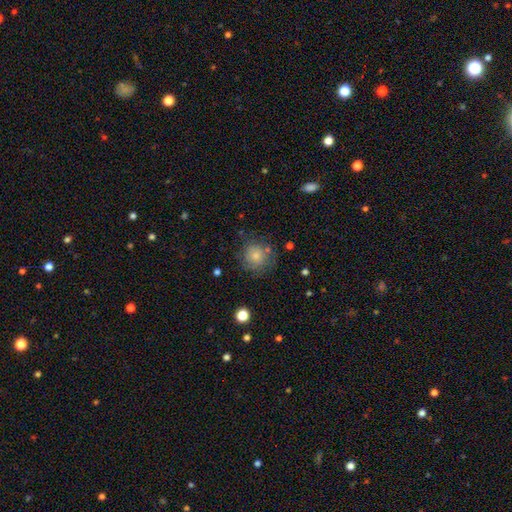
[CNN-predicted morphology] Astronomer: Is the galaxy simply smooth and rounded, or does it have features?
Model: smooth — 75%.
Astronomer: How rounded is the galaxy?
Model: round — 89%.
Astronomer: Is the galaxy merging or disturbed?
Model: none — 69%.